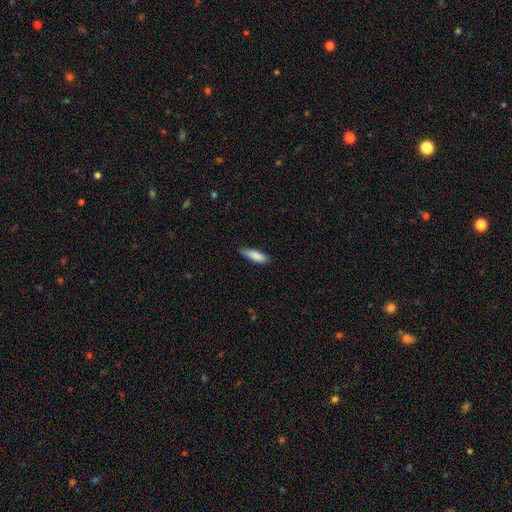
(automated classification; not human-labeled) A smooth galaxy with no disk features (84%) that is cigar-shaped (57%). Merging: none (79%).